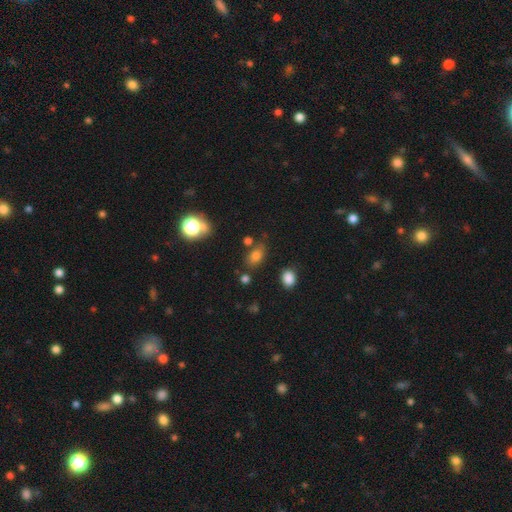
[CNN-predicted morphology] This is likely a smooth galaxy (77%). How rounded: likely in between (80%). Merging: likely none (67%).